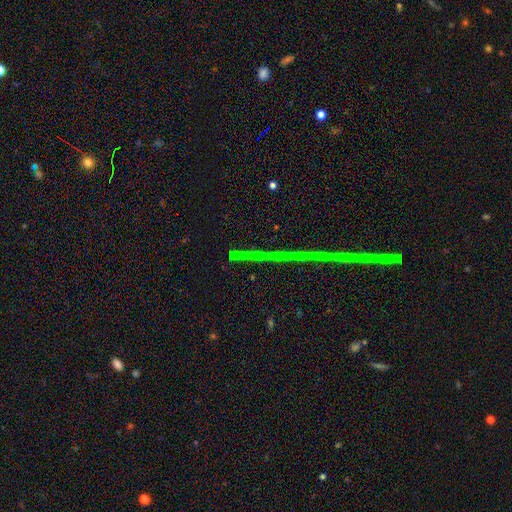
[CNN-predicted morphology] Smooth or featured: star or artifact — 79% (featured or disk — 14%)